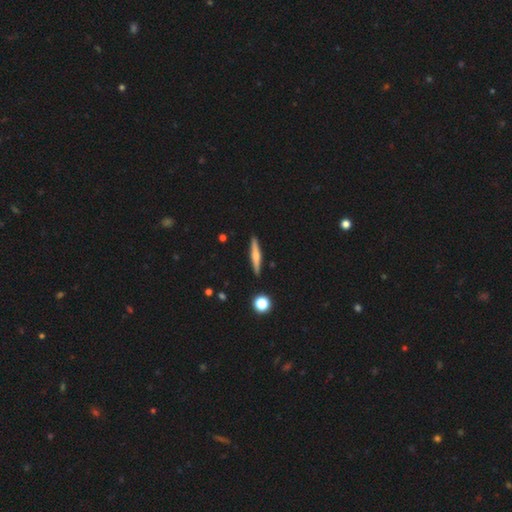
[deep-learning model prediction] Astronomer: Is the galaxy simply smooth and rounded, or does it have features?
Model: featured or disk — 56% (runner-up: smooth, 37%).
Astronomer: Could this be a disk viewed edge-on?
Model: yes — 97%.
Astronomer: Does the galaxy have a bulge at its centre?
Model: rounded — 81%.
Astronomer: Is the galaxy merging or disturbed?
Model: none — 91%.